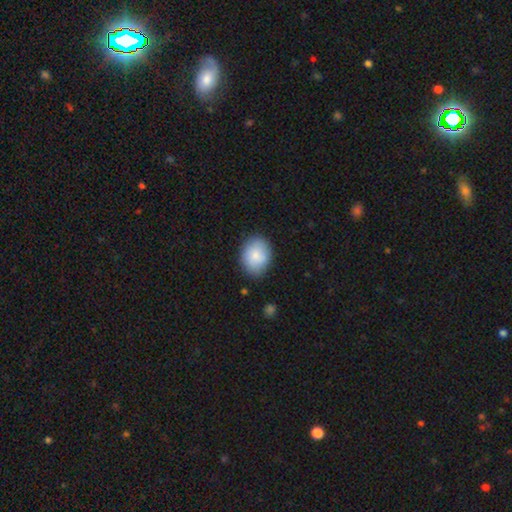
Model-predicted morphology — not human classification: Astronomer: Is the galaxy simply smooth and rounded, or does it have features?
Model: smooth — 84%.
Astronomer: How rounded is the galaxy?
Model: in between — 58% (runner-up: round, 41%).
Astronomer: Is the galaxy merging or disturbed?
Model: none — 81%.